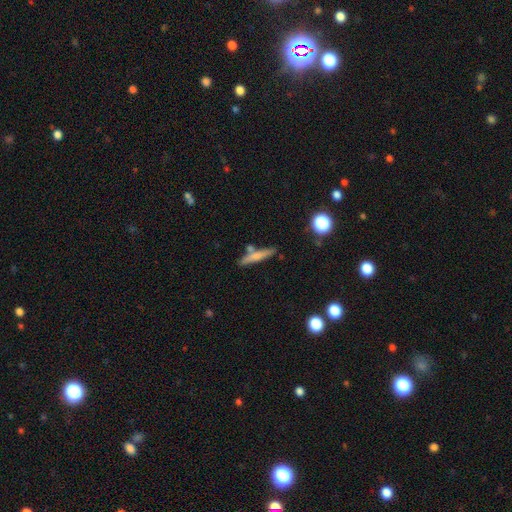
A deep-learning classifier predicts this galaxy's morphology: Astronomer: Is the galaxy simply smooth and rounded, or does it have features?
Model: smooth — 64%.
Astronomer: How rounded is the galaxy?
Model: cigar-shaped — 90%.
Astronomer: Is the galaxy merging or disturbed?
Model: none — 73%.